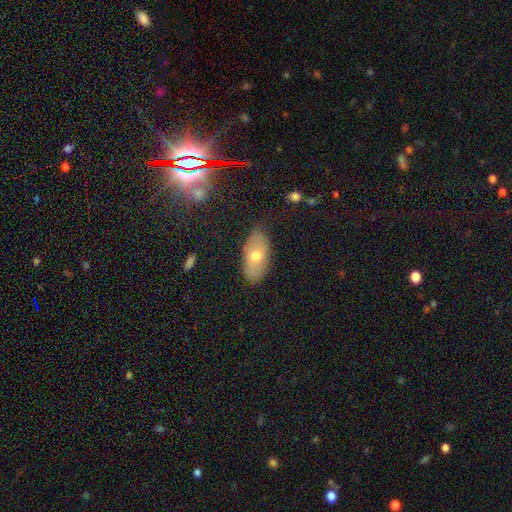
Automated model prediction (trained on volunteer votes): Smooth or featured? smooth (60%)
How rounded? in between (91%)
Merging? none (80%)